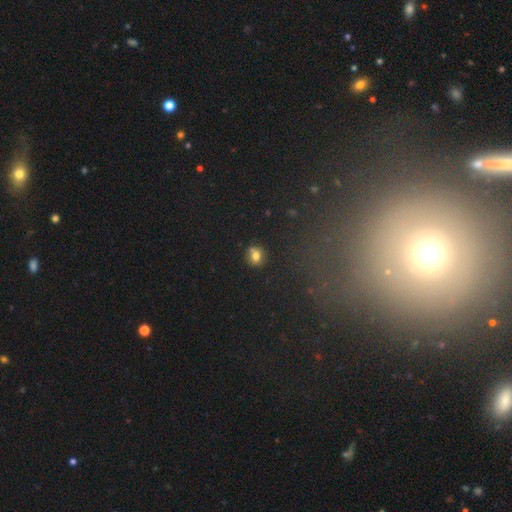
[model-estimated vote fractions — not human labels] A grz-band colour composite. It shows a smooth galaxy with no disk features (74%) that is round (70%). Merging: none (69%).